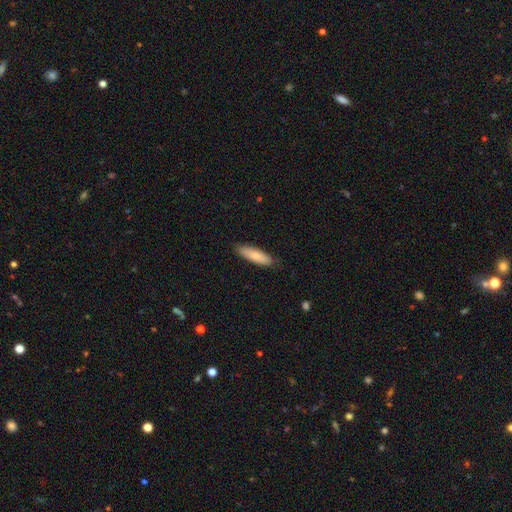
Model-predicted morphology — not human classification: This appears to be a smooth galaxy with no disk features (82%) that is cigar-shaped (61%). Merging: none (86%).